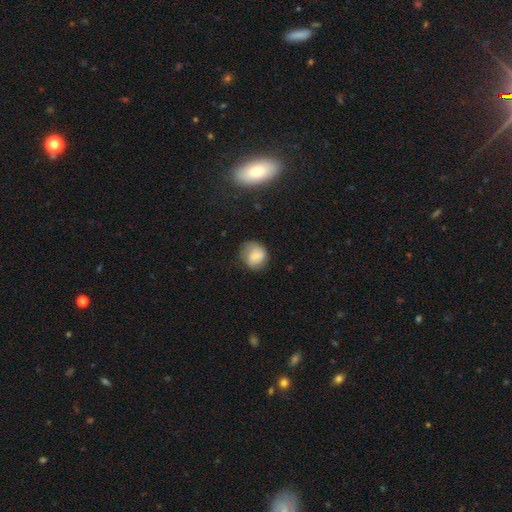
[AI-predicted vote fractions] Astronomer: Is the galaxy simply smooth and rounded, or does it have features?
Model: smooth — 71%.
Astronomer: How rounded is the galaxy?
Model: round — 76%.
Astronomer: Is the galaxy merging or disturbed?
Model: none — 64%.